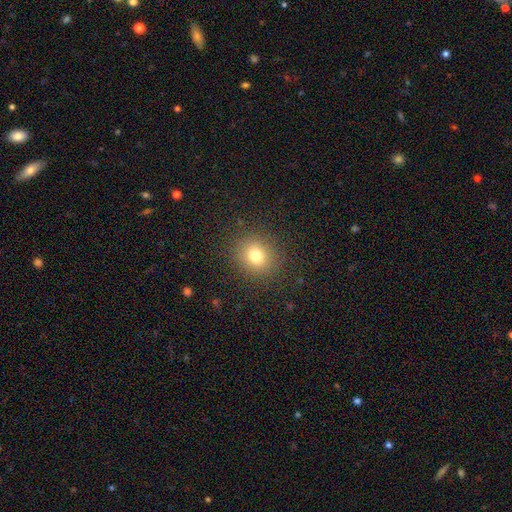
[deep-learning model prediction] Overall: smooth (77%). How rounded: round (81%). Merging: none (88%).